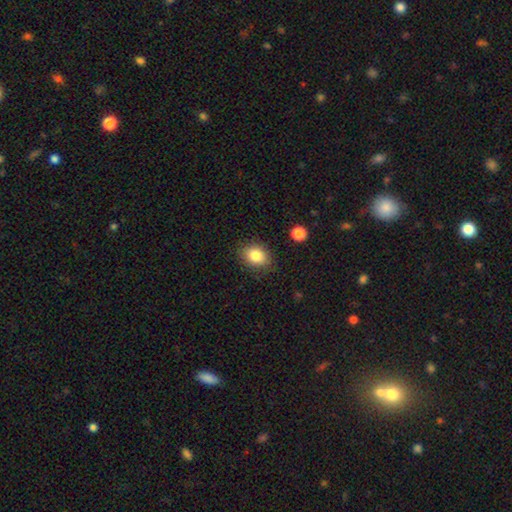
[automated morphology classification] Overall: smooth (83%). How rounded: in between (63%; round 36%). Merging: none (84%).